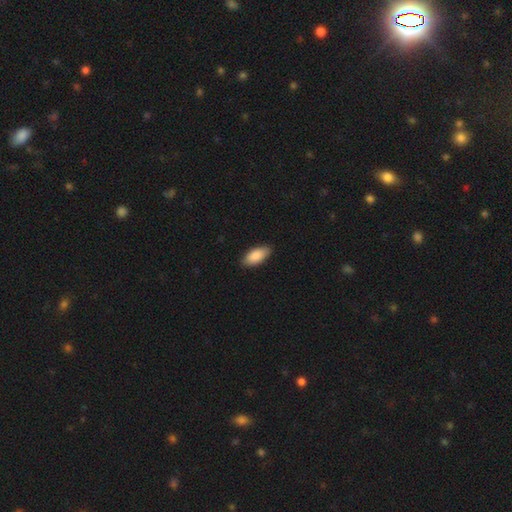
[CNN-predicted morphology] smooth 89%, star or artifact 6%, featured or disk 6%. Down the decision tree: how rounded — in between (90%); merging — none (86%).